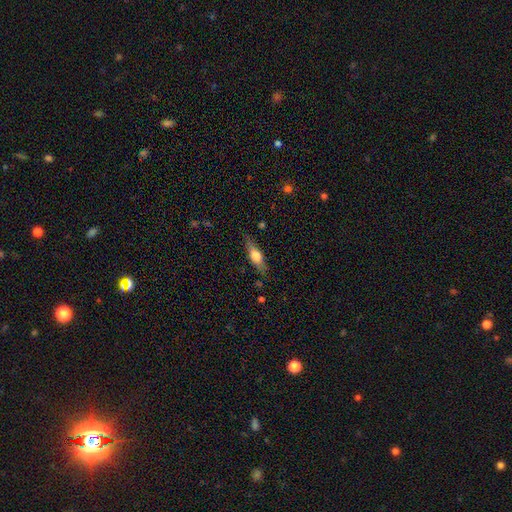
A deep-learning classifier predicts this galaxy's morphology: Smooth or featured: smooth — 51% (featured or disk — 42%)
How rounded: cigar-shaped — 55% (in between — 42%)
Merging: none — 81% (minor disturbance — 15%)